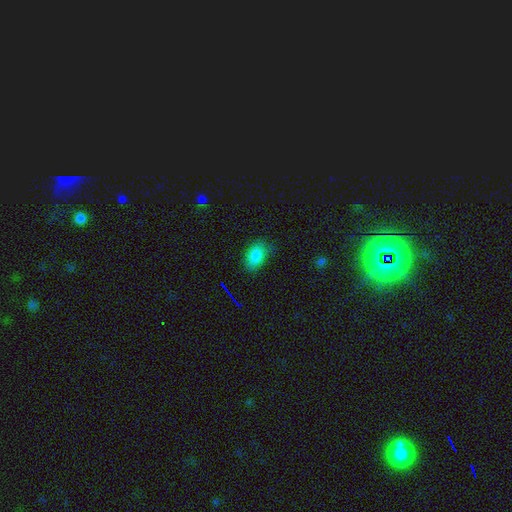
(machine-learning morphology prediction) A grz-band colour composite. It shows a smooth galaxy with no disk features (83%) that is in between round and cigar-shaped (87%). Merging: none (75%).